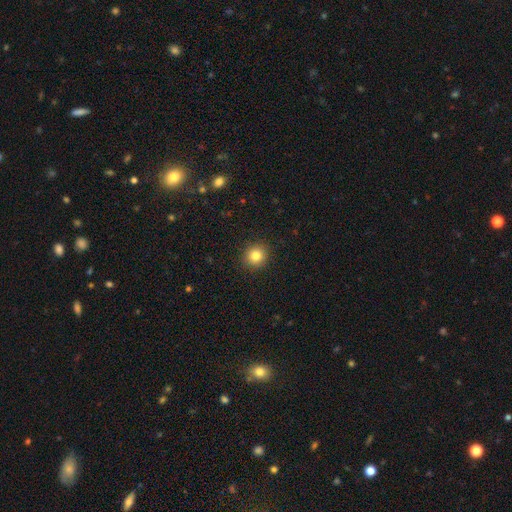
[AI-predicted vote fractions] The model was most divided on "smooth or featured": smooth: 83%, star or artifact: 11%, featured or disk: 6%. More confident: merging — none (92%); how rounded — round (91%).